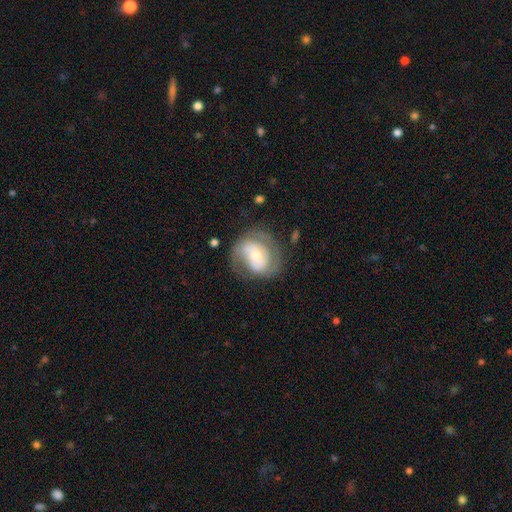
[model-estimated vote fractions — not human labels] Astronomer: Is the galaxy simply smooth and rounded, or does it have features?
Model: featured or disk — 65%.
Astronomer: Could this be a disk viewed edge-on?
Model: no — 97%.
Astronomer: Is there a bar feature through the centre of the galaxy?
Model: no — 57%.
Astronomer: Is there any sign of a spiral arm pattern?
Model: yes — 76%.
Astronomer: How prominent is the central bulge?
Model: small — 48% (runner-up: moderate, 43%).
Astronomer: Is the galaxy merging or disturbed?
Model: none — 58%.